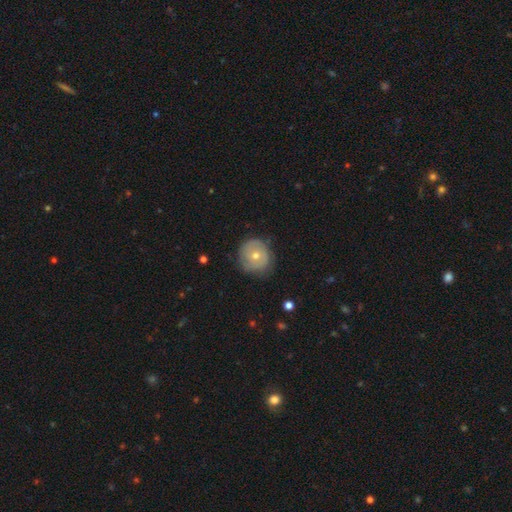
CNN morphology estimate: A featured or disk galaxy (50%).

Vote fractions:
- Smooth or featured? featured or disk: 50% / smooth: 42% / star or artifact: 8%
- Edge-on disk? no: 96% / yes: 4%
- Merging? none: 77% / minor disturbance: 17% / major disturbance: 4% / merger: 1%